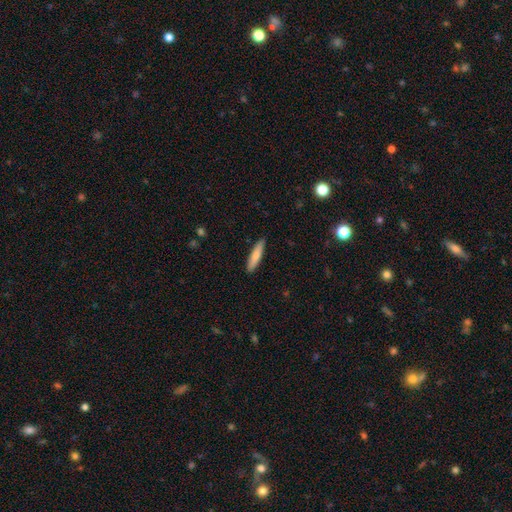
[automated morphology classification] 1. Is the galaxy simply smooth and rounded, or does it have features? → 77% smooth, 17% featured or disk, 5% star or artifact.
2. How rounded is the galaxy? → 84% cigar-shaped, 14% in between, 1% round.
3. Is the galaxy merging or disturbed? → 90% none, 8% minor disturbance, 2% major disturbance, 1% merger.